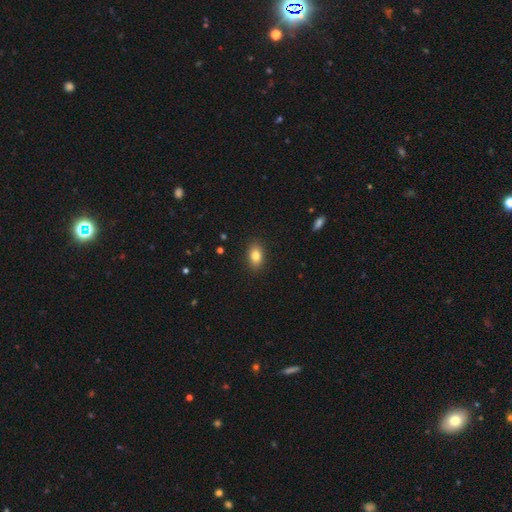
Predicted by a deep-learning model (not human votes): Smooth or featured?
  - smooth: 82% *
  - star or artifact: 9%
  - featured or disk: 9%
How rounded?
  - in between: 85% *
  - round: 13%
  - cigar-shaped: 2%
Merging?
  - none: 89% *
  - minor disturbance: 8%
  - major disturbance: 2%
  - merger: 1%